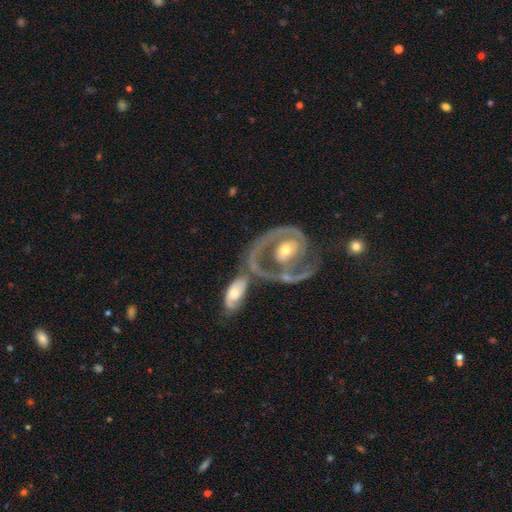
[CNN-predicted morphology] smooth_or_featured: featured or disk (p=0.87) [alt: smooth p=0.08]
disk_edge_on: no (p=0.95) [alt: yes p=0.05]
bar: no (p=0.48) [alt: weak p=0.33]
has_spiral_arms: yes (p=0.88) [alt: no p=0.12]
spiral_winding: tight (p=0.48) [alt: medium p=0.40]
spiral_arm_count: 2 (p=0.65) [alt: 1 p=0.21]
bulge_size: moderate (p=0.62) [alt: small p=0.30]
merging: none (p=0.40) [alt: merger p=0.35]